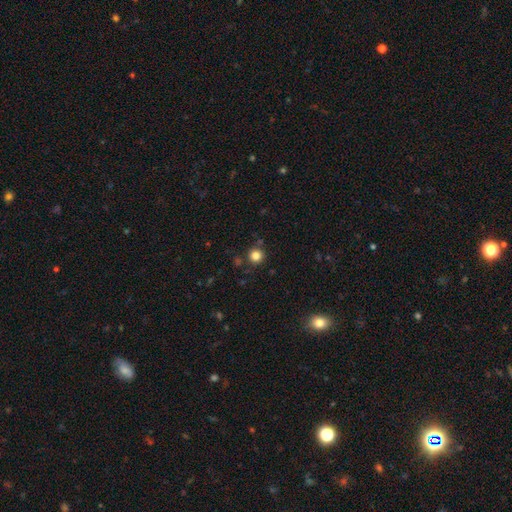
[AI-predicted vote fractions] Smooth or featured? smooth (83%)
How rounded? round (95%)
Merging? none (87%)